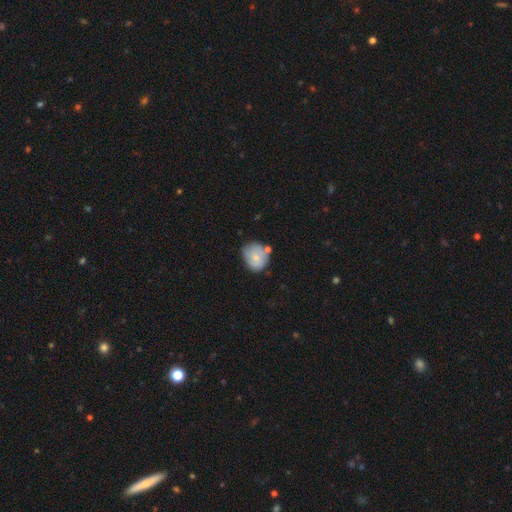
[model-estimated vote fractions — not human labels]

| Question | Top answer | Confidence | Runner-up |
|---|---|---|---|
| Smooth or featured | smooth | 68% | featured or disk (25%) |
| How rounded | round | 65% | in between (34%) |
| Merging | none | 57% | minor disturbance (26%) |